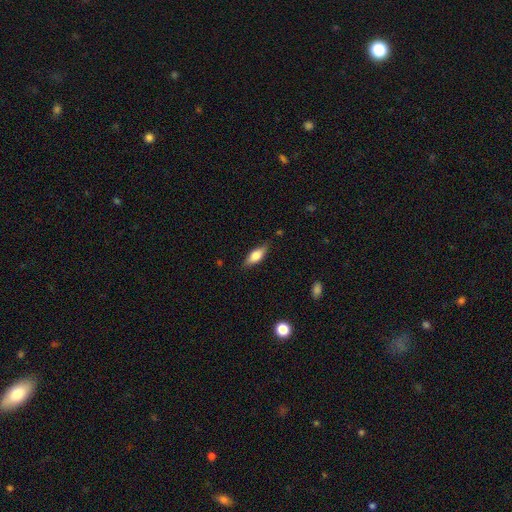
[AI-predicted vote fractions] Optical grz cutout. It shows a smooth galaxy with no disk features (68%) that is in between round and cigar-shaped (72%). Merging: none (82%).